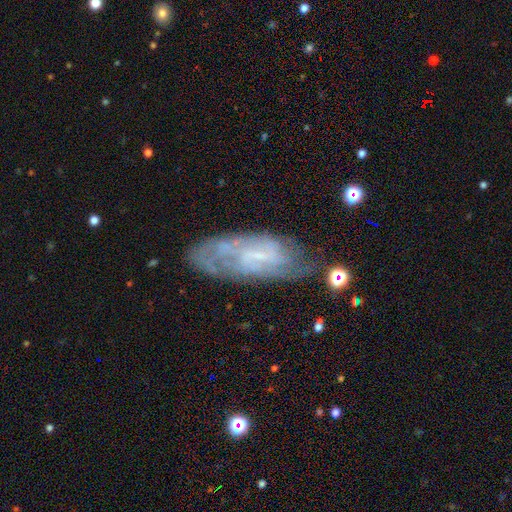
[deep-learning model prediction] The model was most divided on "bar": weak: 44%, no: 39%, strong: 16%. More confident: edge-on disk — no (87%); spiral arms — yes (77%); smooth or featured — featured or disk (70%); merging — none (65%); bulge size — small (58%).